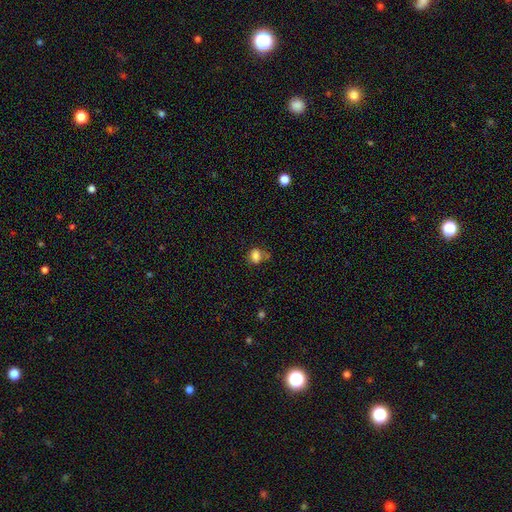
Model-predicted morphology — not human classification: smooth-or-featured: smooth: 80% | star or artifact: 12% | featured or disk: 8%
  how-rounded: in between: 52% | round: 47% | cigar-shaped: 1%
  merging: none: 52% | minor disturbance: 22% | merger: 16% | major disturbance: 9%